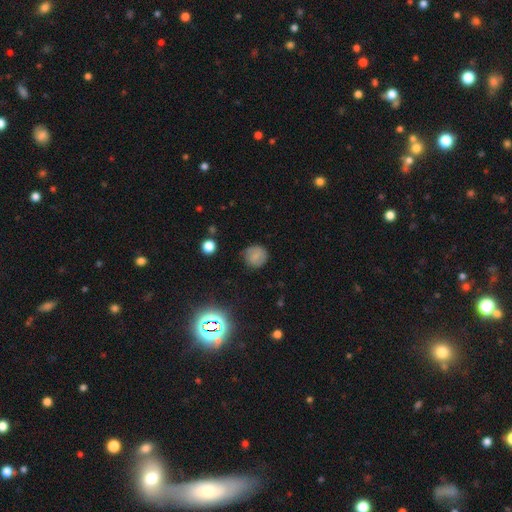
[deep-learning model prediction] A smooth galaxy with no disk features (72%) that is round (90%). Merging: none (80%).